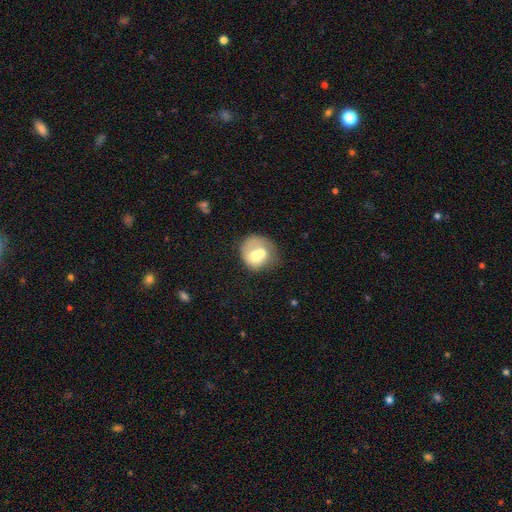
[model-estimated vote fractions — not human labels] smooth 53%, featured or disk 40%, star or artifact 6%. Down the decision tree: how rounded — round (75%); merging — merger (49%).